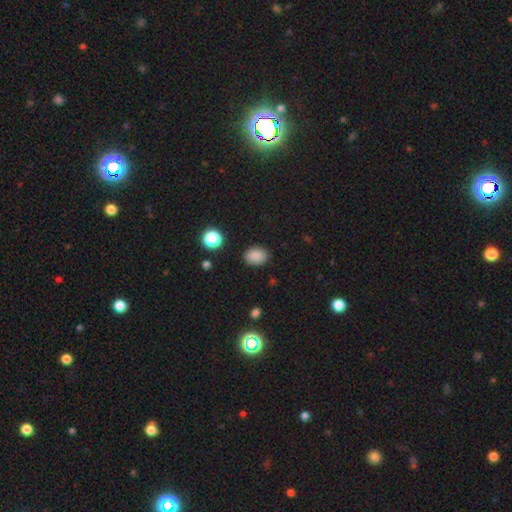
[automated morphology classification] smooth_or_featured: smooth (p=0.85) [alt: star or artifact p=0.11]
how_rounded: in between (p=0.70) [alt: round p=0.29]
merging: none (p=0.85) [alt: minor disturbance p=0.11]